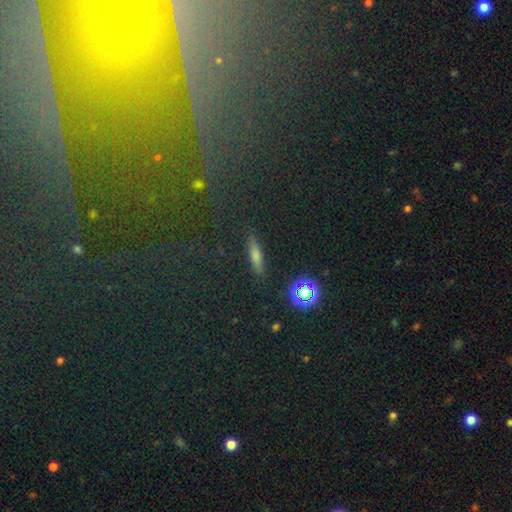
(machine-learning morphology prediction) type=smooth (66%); roundness=cigar-shaped (69%); merging=none (87%).